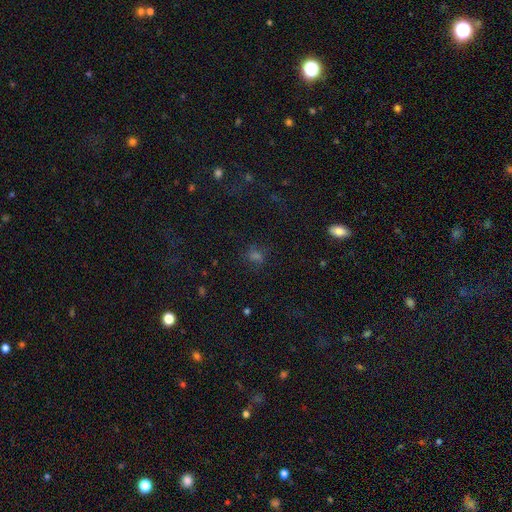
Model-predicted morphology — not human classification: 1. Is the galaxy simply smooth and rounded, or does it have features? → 56% smooth, 33% star or artifact, 11% featured or disk.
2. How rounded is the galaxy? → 61% round, 37% in between, 2% cigar-shaped.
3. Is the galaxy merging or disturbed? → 77% none, 13% minor disturbance, 7% major disturbance, 3% merger.